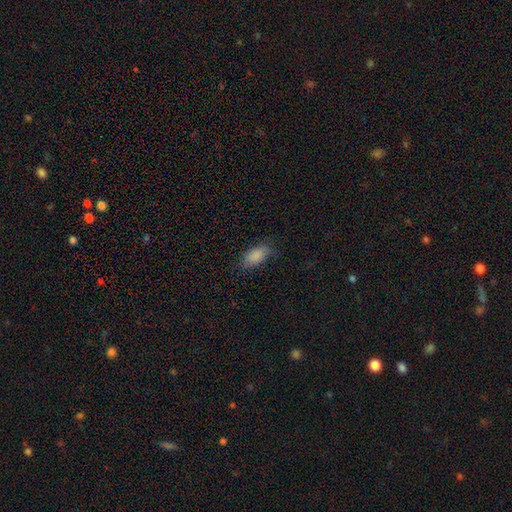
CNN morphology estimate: Smooth or featured: smooth — 87% (star or artifact — 8%)
How rounded: in between — 92% (cigar-shaped — 4%)
Merging: none — 73% (minor disturbance — 20%)